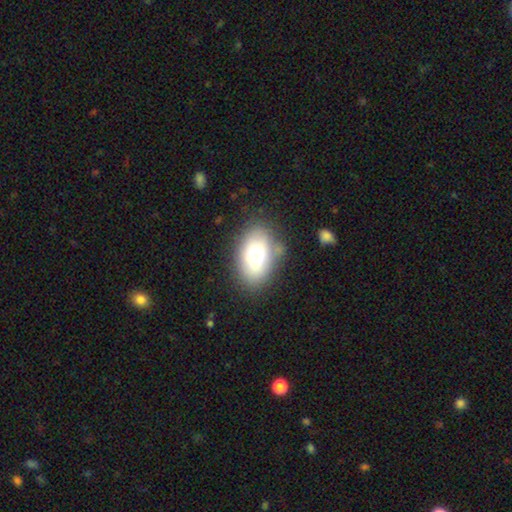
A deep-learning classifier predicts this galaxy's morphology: smooth 71%, featured or disk 20%, star or artifact 9%. Down the decision tree: how rounded — in between (87%); merging — none (72%).